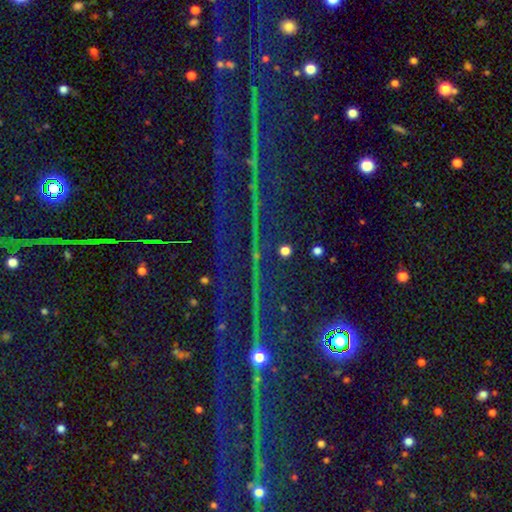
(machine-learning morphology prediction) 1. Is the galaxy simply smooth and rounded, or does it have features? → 85% star or artifact, 8% featured or disk, 7% smooth.